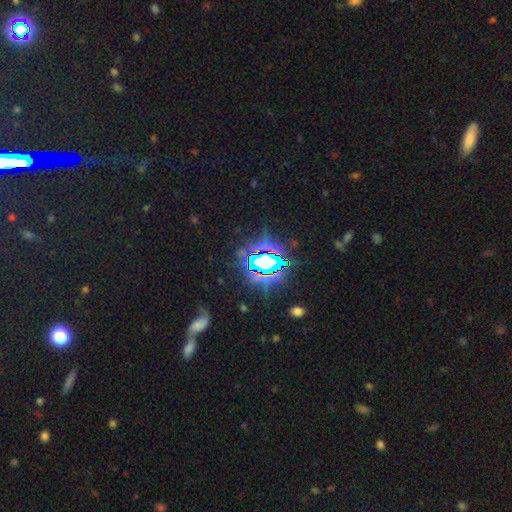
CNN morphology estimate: A star or artifact, not a galaxy (74%).